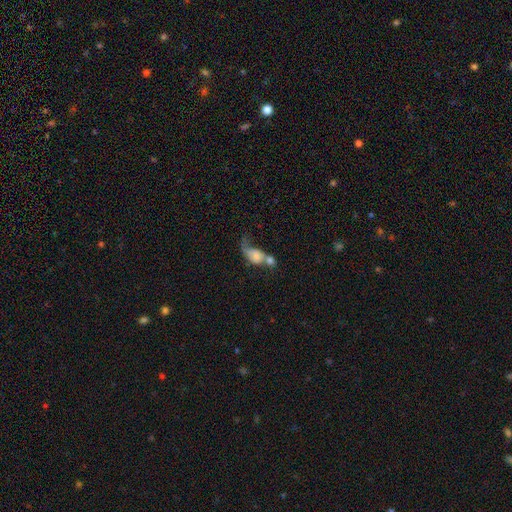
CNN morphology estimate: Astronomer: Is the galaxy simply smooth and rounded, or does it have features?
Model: smooth — 60%.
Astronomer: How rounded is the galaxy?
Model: in between — 73%.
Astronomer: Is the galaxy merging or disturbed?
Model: merger — 62%.